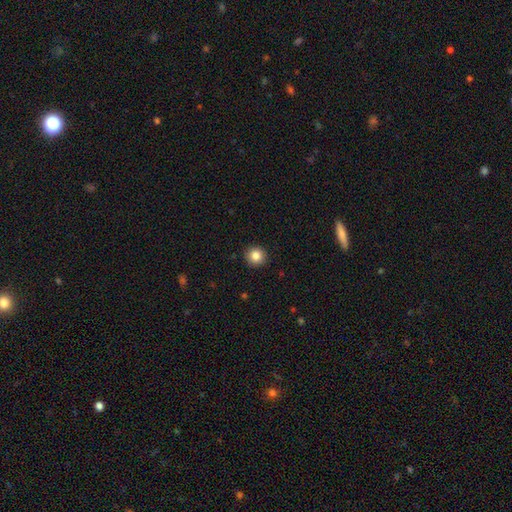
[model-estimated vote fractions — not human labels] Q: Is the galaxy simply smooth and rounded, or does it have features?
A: smooth — 84%.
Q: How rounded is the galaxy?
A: round — 94%.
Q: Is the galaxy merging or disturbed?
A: none — 92%.